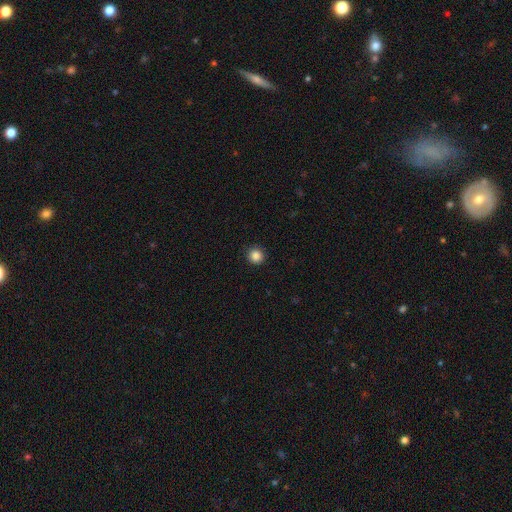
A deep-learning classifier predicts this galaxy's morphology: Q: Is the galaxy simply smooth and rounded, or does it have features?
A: smooth — 86%.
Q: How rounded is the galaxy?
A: round — 94%.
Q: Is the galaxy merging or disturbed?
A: none — 92%.